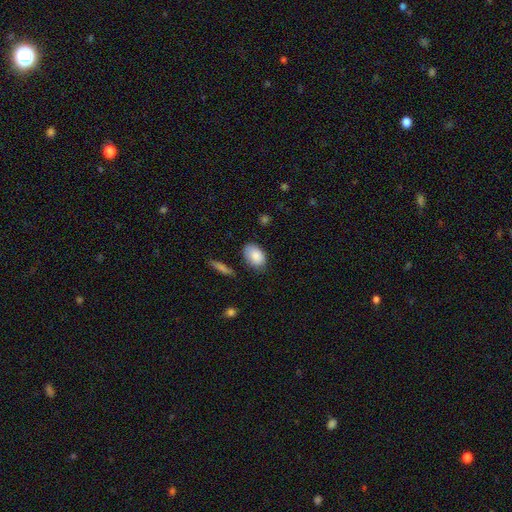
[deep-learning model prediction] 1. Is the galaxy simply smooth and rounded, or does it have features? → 86% smooth, 8% featured or disk, 7% star or artifact.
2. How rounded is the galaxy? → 88% in between, 11% round, 1% cigar-shaped.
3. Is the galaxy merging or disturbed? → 73% none, 20% minor disturbance, 4% major disturbance, 3% merger.